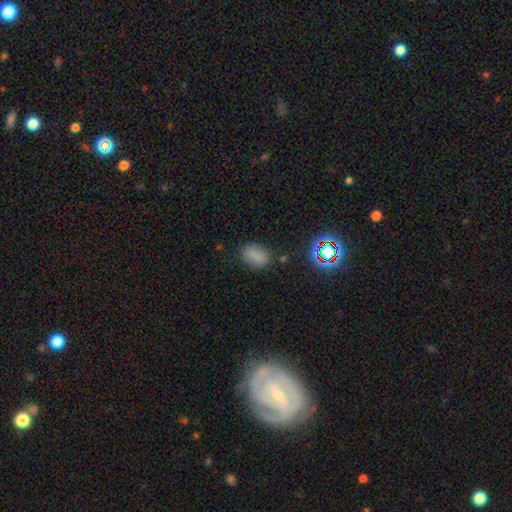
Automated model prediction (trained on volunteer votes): Overall: smooth (73%). How rounded: in between (79%). Merging: none (75%).